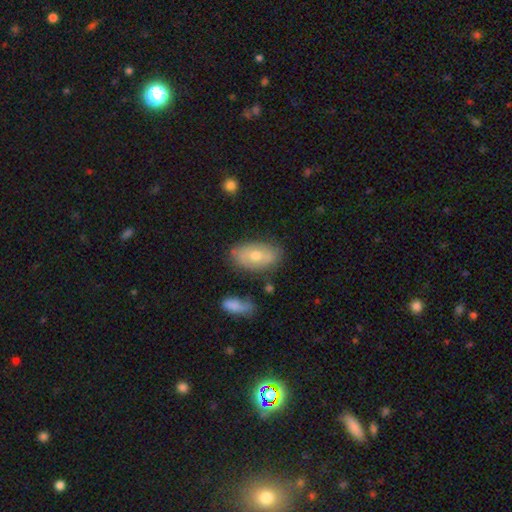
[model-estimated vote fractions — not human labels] smooth-or-featured: smooth: 54% | featured or disk: 39% | star or artifact: 7%
  how-rounded: in between: 91% | round: 6% | cigar-shaped: 2%
  merging: none: 74% | minor disturbance: 18% | major disturbance: 4% | merger: 4%